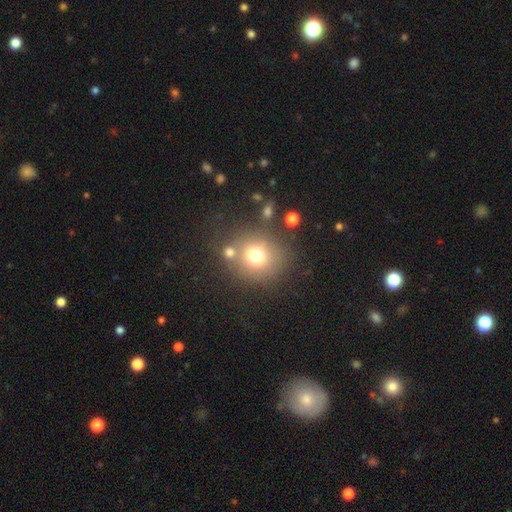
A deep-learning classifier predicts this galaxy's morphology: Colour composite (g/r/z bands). It shows a smooth galaxy with no disk features (71%) that is round (86%). Merging: none (68%).